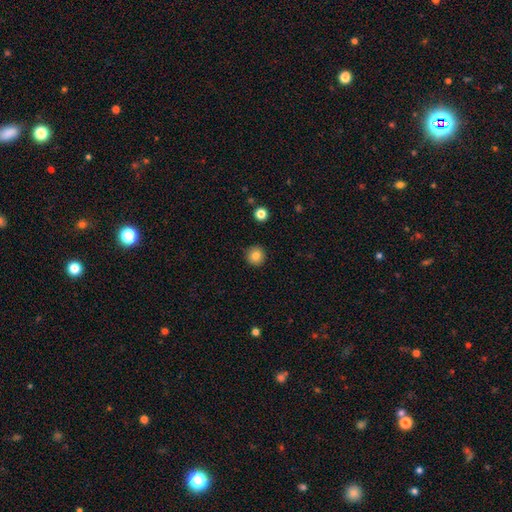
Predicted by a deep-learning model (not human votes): Q: Smooth or featured?
A: smooth (83%); runner-up: star or artifact (10%)
Q: How rounded?
A: round (95%); runner-up: in between (4%)
Q: Merging?
A: none (92%); runner-up: minor disturbance (5%)